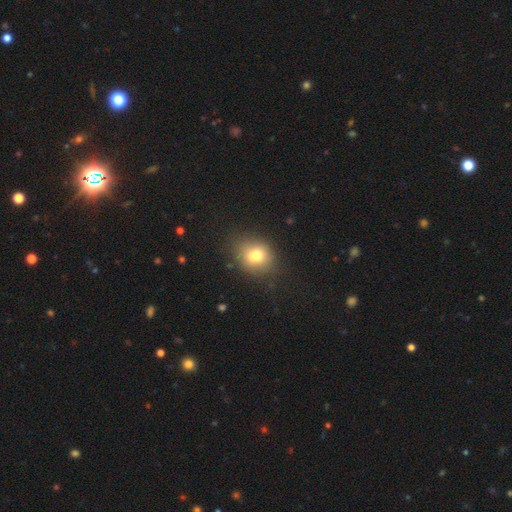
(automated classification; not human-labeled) Overall: smooth (75%). How rounded: round (65%; in between 35%). Merging: none (80%).